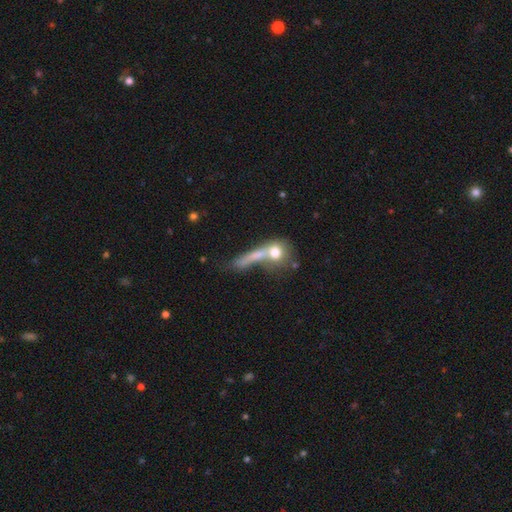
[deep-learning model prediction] Morphology: type=smooth (62%); roundness=round (41%); merging=merger (39%).